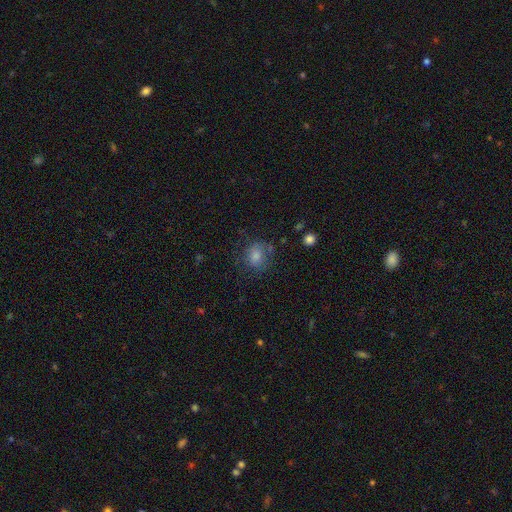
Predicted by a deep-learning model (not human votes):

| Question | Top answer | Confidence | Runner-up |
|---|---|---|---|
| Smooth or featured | smooth | 64% | featured or disk (18%) |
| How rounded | round | 72% | in between (27%) |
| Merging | none | 66% | minor disturbance (20%) |